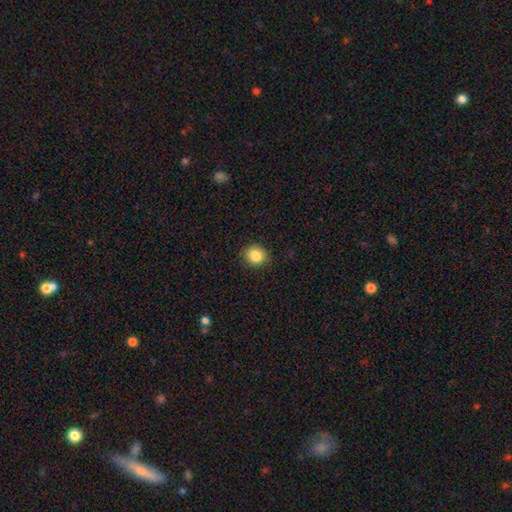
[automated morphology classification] A smooth galaxy with no disk features (86%) that is round (75%).

Vote fractions:
- Smooth or featured? smooth: 86% / star or artifact: 10% / featured or disk: 5%
- How rounded? round: 75% / in between: 24% / cigar-shaped: 1%
- Merging? none: 86% / minor disturbance: 10% / major disturbance: 2% / merger: 1%